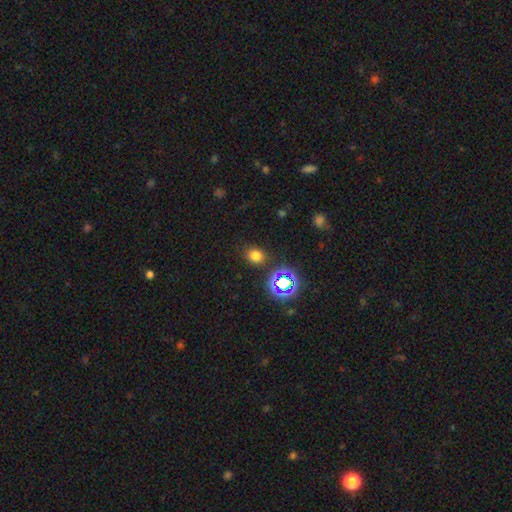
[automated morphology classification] A smooth galaxy with no disk features (71%) that is round (61%).

Vote fractions:
- Smooth or featured? smooth: 71% / star or artifact: 23% / featured or disk: 6%
- How rounded? round: 61% / in between: 38% / cigar-shaped: 1%
- Merging? none: 85% / minor disturbance: 9% / major disturbance: 3% / merger: 3%